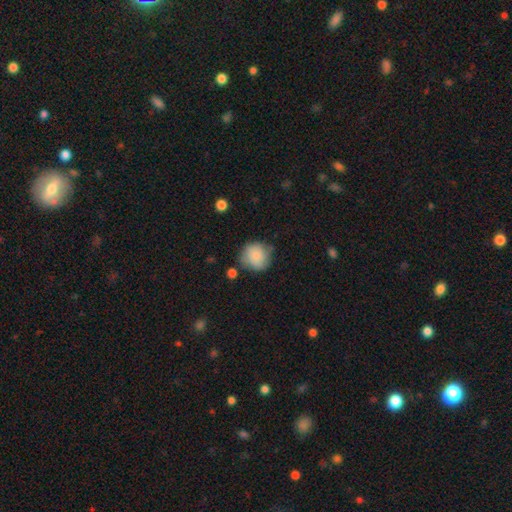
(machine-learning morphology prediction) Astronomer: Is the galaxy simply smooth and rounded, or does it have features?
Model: smooth — 83%.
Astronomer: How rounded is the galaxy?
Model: round — 87%.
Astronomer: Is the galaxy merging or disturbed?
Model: none — 63%.